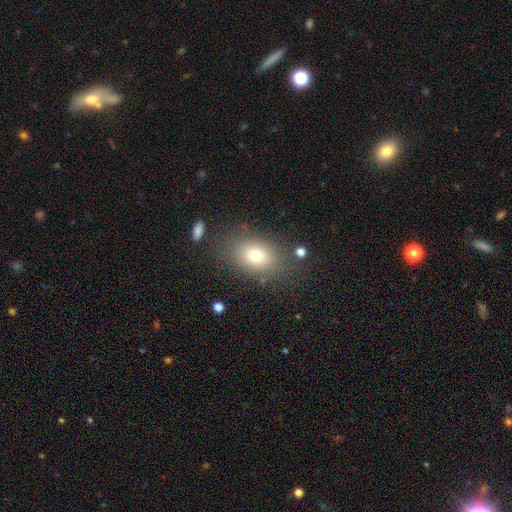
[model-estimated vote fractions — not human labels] This is likely a smooth galaxy (74%). How rounded: likely in between (71%). Merging: likely none (79%).